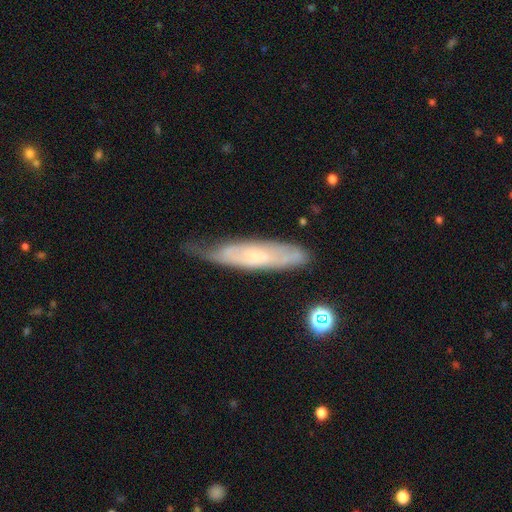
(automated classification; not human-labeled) Q: Smooth or featured?
A: featured or disk (55%); runner-up: smooth (38%)
Q: Edge-on disk?
A: no (58%); runner-up: yes (42%)
Q: Merging?
A: none (49%); runner-up: minor disturbance (36%)